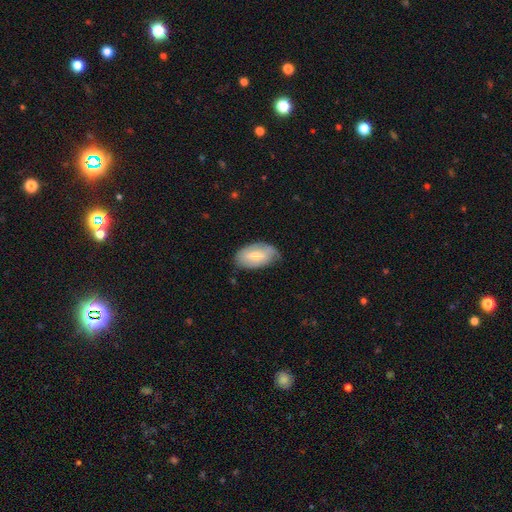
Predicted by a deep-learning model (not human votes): This appears to be a smooth galaxy with no disk features (56%) that is in between round and cigar-shaped (94%). Merging: none (68%).